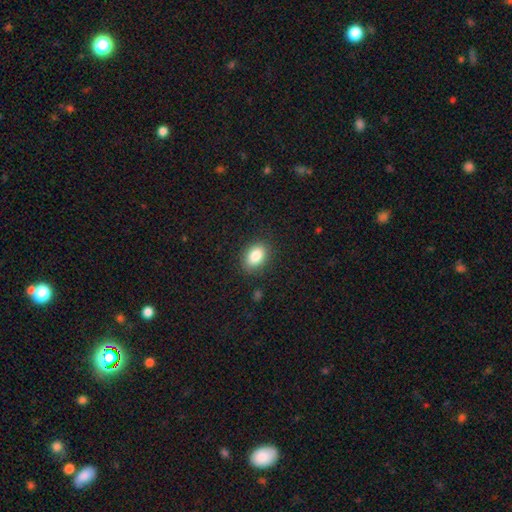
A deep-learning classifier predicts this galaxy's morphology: A smooth galaxy with no disk features (85%) that is in between round and cigar-shaped (83%).

Vote fractions:
- Smooth or featured? smooth: 85% / star or artifact: 8% / featured or disk: 7%
- How rounded? in between: 83% / round: 15% / cigar-shaped: 1%
- Merging? none: 86% / minor disturbance: 10% / major disturbance: 3% / merger: 1%